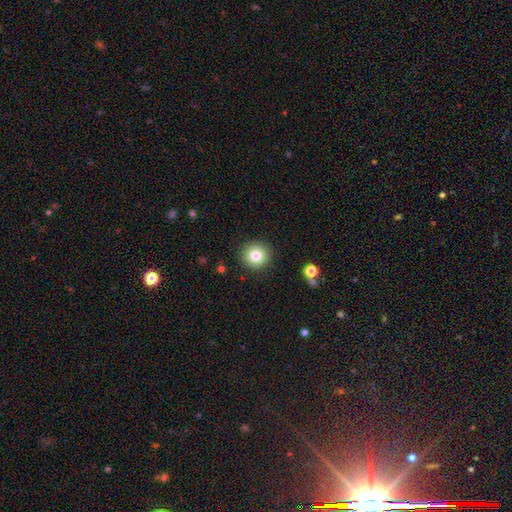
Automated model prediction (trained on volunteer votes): smooth-or-featured: smooth: 80% | star or artifact: 11% | featured or disk: 9%
  how-rounded: round: 93% | in between: 6% | cigar-shaped: 1%
  merging: none: 90% | minor disturbance: 7% | major disturbance: 2% | merger: 1%